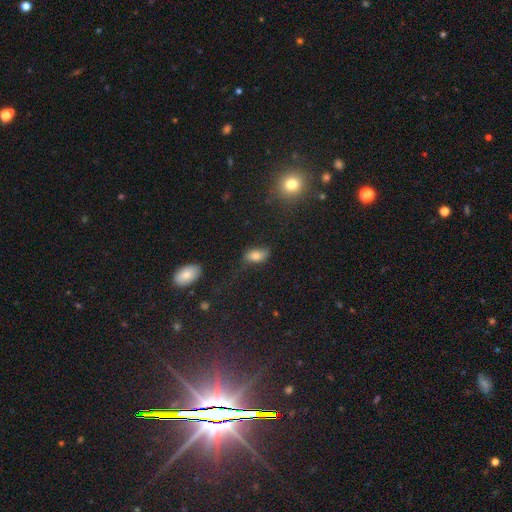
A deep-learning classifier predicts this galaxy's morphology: Q: Smooth or featured?
A: smooth (75%); runner-up: featured or disk (14%)
Q: How rounded?
A: in between (88%); runner-up: round (8%)
Q: Merging?
A: none (58%); runner-up: minor disturbance (25%)